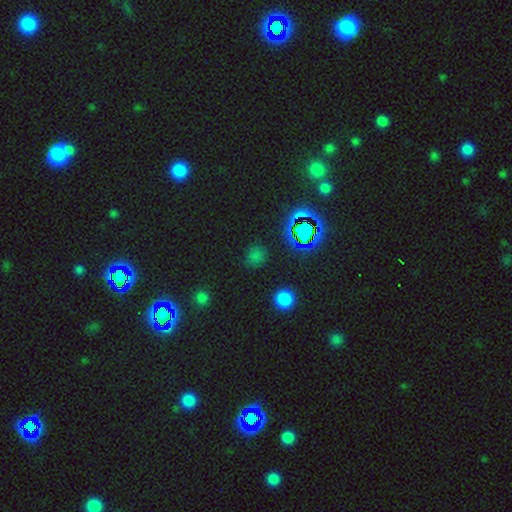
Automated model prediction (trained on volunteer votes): Smooth or featured: smooth — 51% (star or artifact — 43%)
How rounded: round — 83% (in between — 15%)
Merging: none — 85% (minor disturbance — 9%)